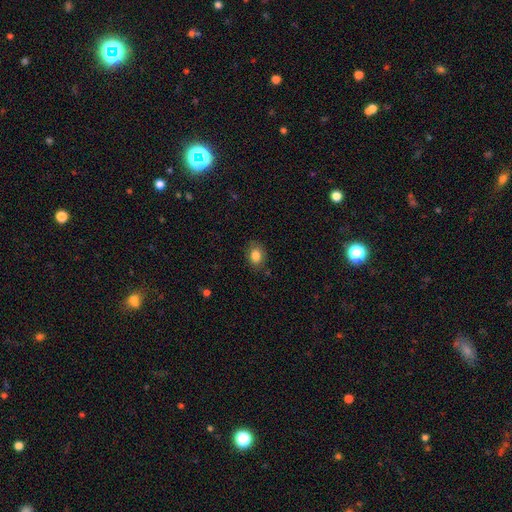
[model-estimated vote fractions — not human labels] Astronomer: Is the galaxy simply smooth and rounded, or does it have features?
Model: smooth — 83%.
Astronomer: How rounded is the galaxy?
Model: in between — 63%.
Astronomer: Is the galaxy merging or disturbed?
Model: none — 82%.